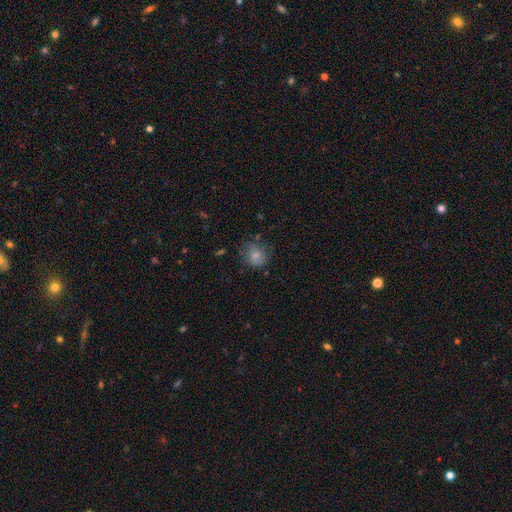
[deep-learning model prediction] smooth 72%, featured or disk 19%, star or artifact 9%. Down the decision tree: how rounded — round (70%); merging — none (63%).